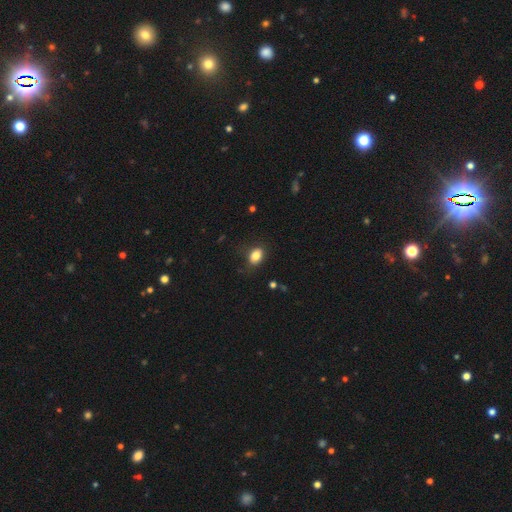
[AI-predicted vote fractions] The model was most divided on "how rounded": in between: 75%, round: 24%, cigar-shaped: 1%. More confident: smooth or featured — smooth (84%); merging — none (77%).